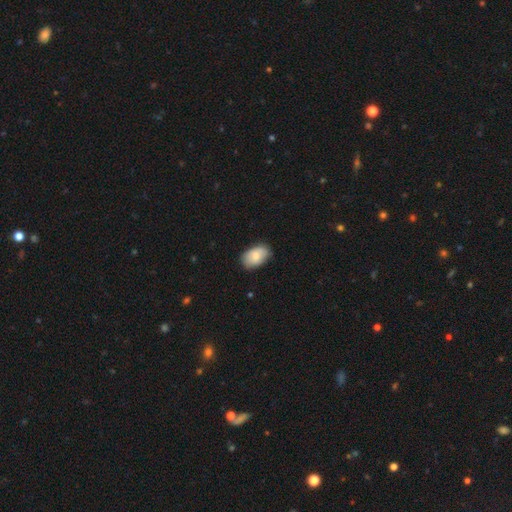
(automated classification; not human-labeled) smooth_or_featured: smooth (p=0.81) [alt: featured or disk p=0.13]
how_rounded: in between (p=0.91) [alt: round p=0.08]
merging: none (p=0.81) [alt: minor disturbance p=0.16]